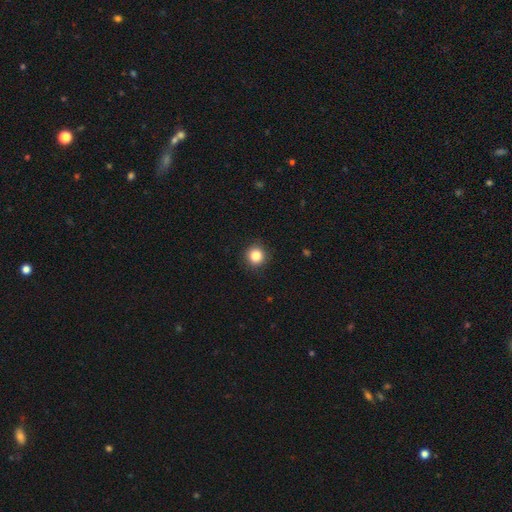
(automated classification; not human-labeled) Q: Smooth or featured?
A: smooth (85%); runner-up: star or artifact (11%)
Q: How rounded?
A: round (94%); runner-up: in between (5%)
Q: Merging?
A: none (91%); runner-up: minor disturbance (6%)